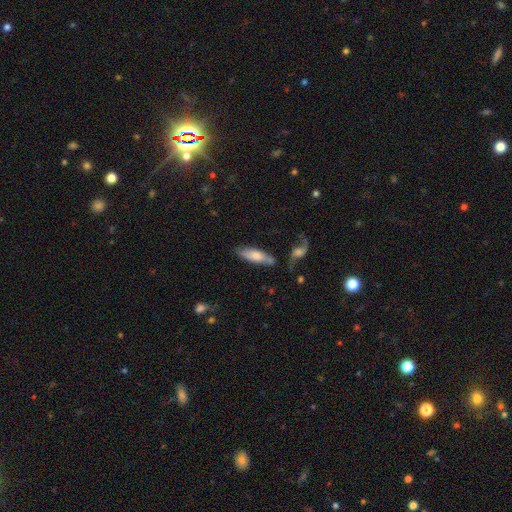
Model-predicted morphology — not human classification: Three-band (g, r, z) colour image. It shows a smooth galaxy with no disk features (66%) that is cigar-shaped (54%). Merging: none (68%).